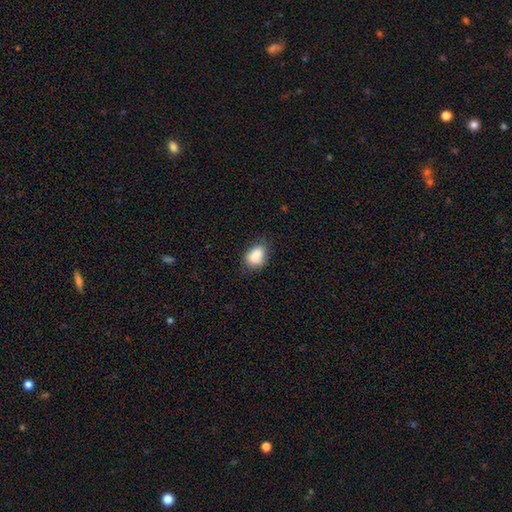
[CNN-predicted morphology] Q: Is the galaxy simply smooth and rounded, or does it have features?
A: smooth — 87%.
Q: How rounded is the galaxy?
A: in between — 79%.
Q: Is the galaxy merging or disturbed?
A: none — 68%.